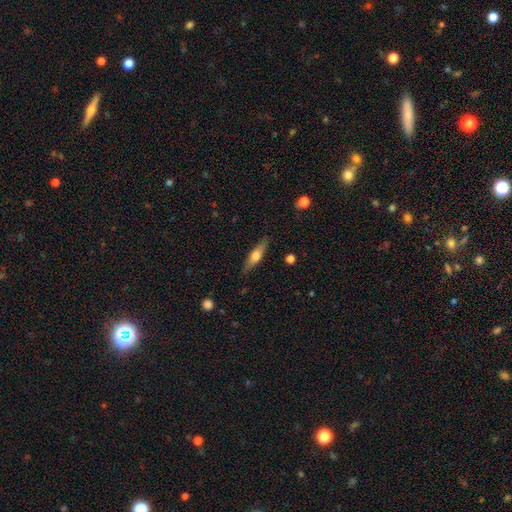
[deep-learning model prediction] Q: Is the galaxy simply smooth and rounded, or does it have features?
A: smooth — 50%.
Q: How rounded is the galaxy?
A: cigar-shaped — 69%.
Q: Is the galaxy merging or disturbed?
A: none — 85%.